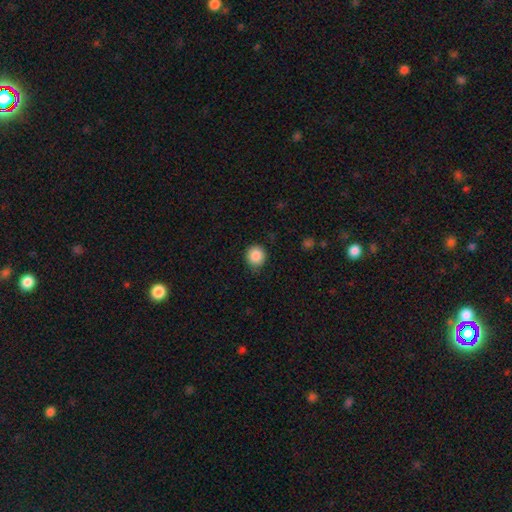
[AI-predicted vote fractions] smooth_or_featured: smooth (p=0.87) [alt: star or artifact p=0.09]
how_rounded: round (p=0.90) [alt: in between p=0.09]
merging: none (p=0.87) [alt: minor disturbance p=0.09]